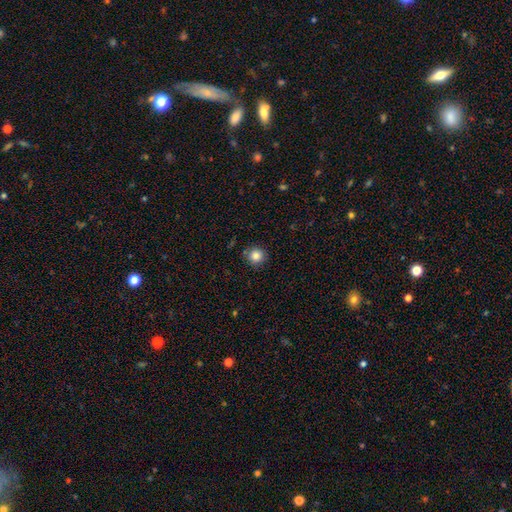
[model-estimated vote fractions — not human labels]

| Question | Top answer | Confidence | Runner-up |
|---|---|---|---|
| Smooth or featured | smooth | 84% | star or artifact (11%) |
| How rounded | round | 94% | in between (5%) |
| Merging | none | 88% | minor disturbance (8%) |